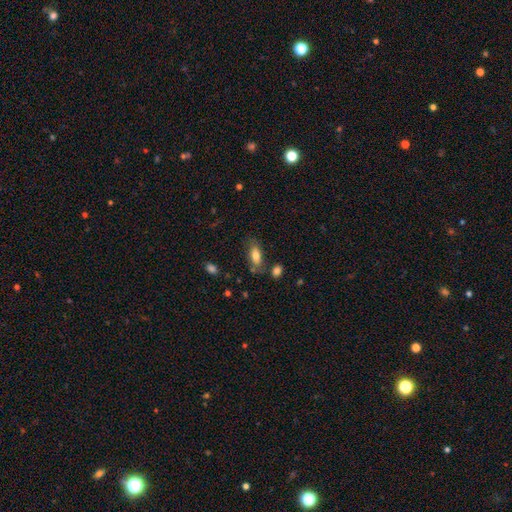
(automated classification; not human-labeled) Smooth or featured? smooth (77%)
How rounded? in between (84%)
Merging? none (68%)